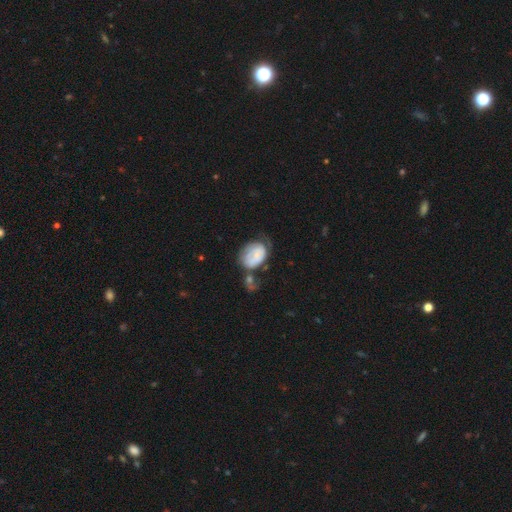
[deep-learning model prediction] A smooth galaxy with no disk features (51%) that is in between round and cigar-shaped (73%).

Vote fractions:
- Smooth or featured? smooth: 51% / featured or disk: 41% / star or artifact: 8%
- How rounded? in between: 73% / round: 26% / cigar-shaped: 1%
- Merging? major disturbance: 29% / merger: 27% / minor disturbance: 23% / none: 22%